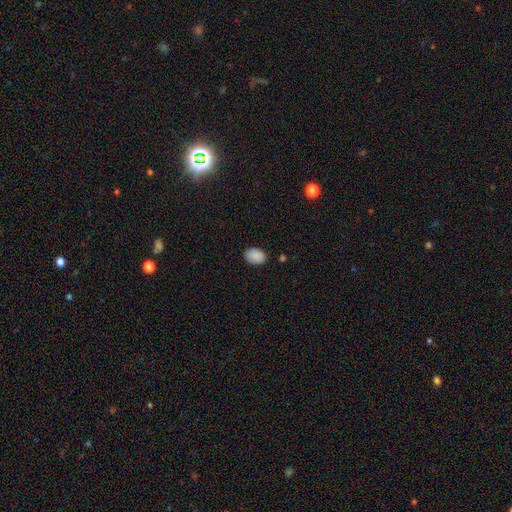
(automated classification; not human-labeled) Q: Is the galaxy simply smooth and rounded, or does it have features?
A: smooth — 89%.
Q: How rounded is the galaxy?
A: in between — 80%.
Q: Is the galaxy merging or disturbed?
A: none — 85%.